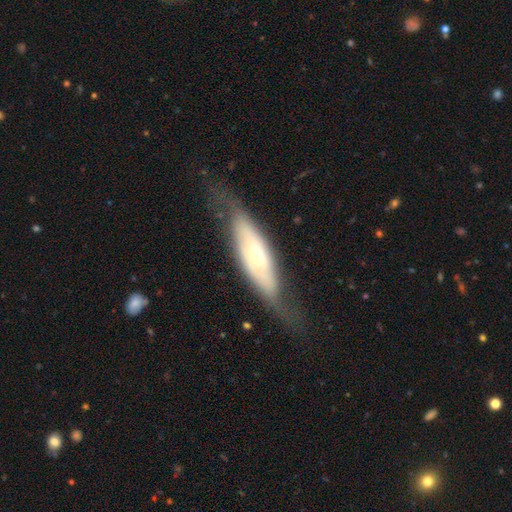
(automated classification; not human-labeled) The model was most divided on "edge-on disk": no: 59%, yes: 41%. More confident: merging — none (63%); smooth or featured — featured or disk (59%).